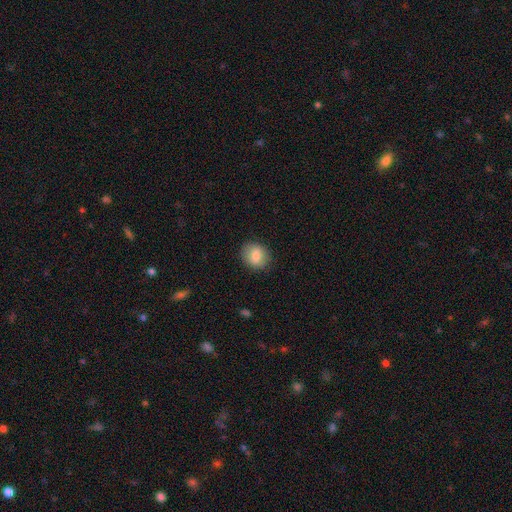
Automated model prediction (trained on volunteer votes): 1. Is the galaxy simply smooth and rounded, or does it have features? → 82% smooth, 11% featured or disk, 8% star or artifact.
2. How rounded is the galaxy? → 63% round, 35% in between, 1% cigar-shaped.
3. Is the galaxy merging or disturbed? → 86% none, 10% minor disturbance, 3% major disturbance, 1% merger.